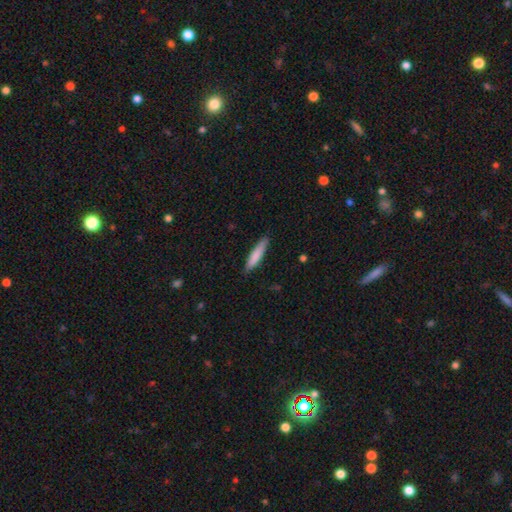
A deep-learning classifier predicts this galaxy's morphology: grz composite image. It shows a smooth galaxy with no disk features (82%) that is cigar-shaped (86%). Merging: none (84%).